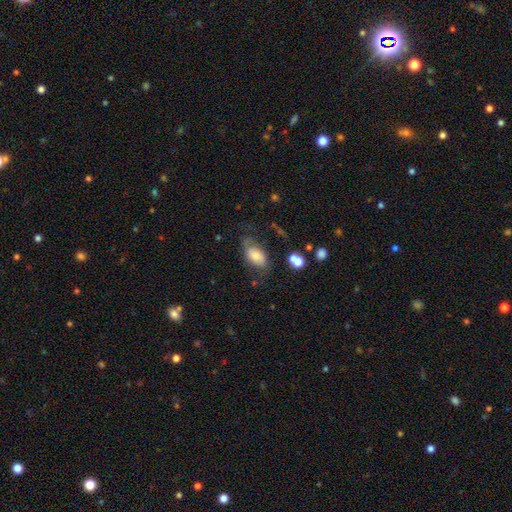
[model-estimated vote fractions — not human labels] smooth-or-featured: smooth: 66% | featured or disk: 25% | star or artifact: 9%
  how-rounded: in between: 91% | round: 6% | cigar-shaped: 3%
  merging: none: 52% | minor disturbance: 27% | major disturbance: 17% | merger: 4%